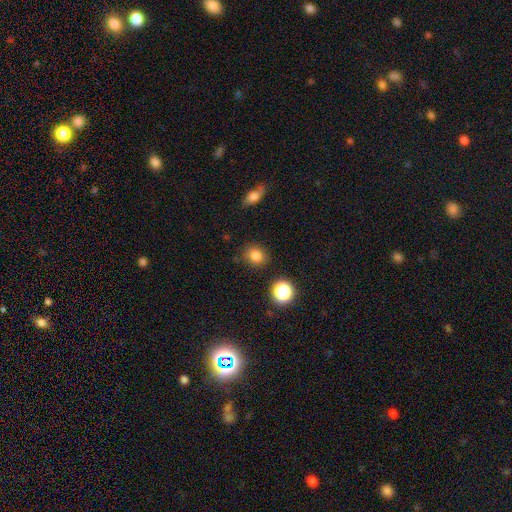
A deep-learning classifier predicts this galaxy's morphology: A smooth galaxy with no disk features (81%) that is round (72%).

Vote fractions:
- Smooth or featured? smooth: 81% / star or artifact: 13% / featured or disk: 6%
- How rounded? round: 72% / in between: 27% / cigar-shaped: 1%
- Merging? none: 85% / minor disturbance: 10% / major disturbance: 3% / merger: 2%